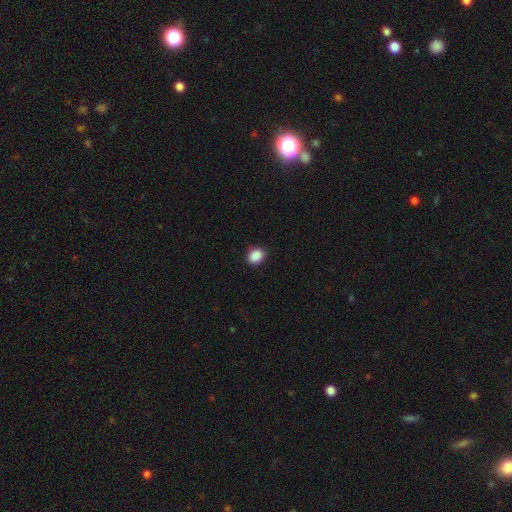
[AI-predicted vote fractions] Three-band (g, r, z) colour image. It shows a smooth galaxy with no disk features (89%) that is round (58%). Merging: none (88%).